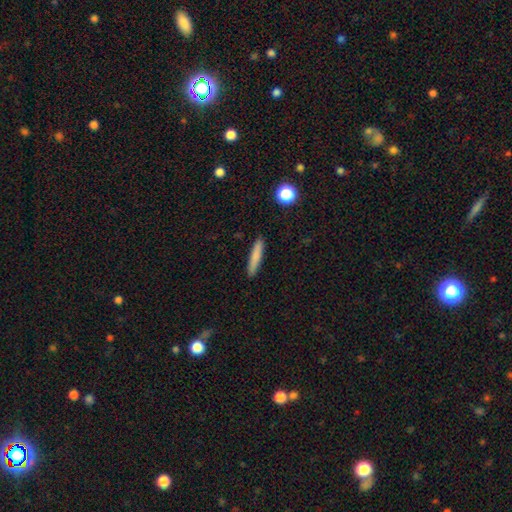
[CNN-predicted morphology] The model was most divided on "smooth or featured": smooth: 79%, featured or disk: 13%, star or artifact: 7%. More confident: how rounded — cigar-shaped (91%); merging — none (90%).